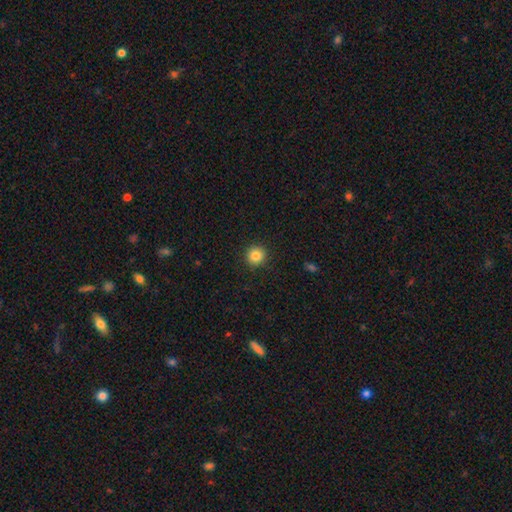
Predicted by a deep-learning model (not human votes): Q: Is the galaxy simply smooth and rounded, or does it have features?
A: smooth — 85%.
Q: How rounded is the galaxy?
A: round — 94%.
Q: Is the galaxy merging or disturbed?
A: none — 92%.